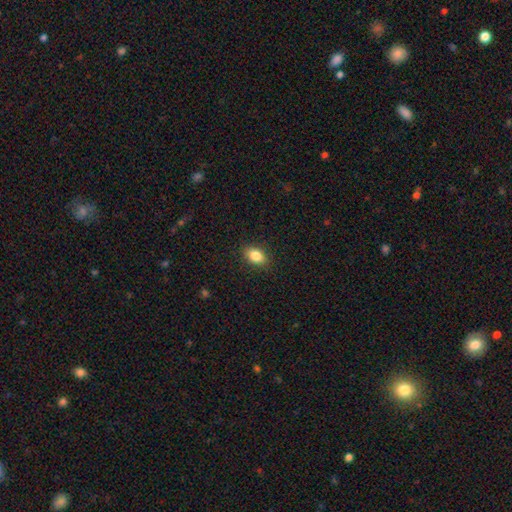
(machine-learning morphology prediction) A smooth galaxy with no disk features (85%) that is in between round and cigar-shaped (81%). Merging: none (87%).